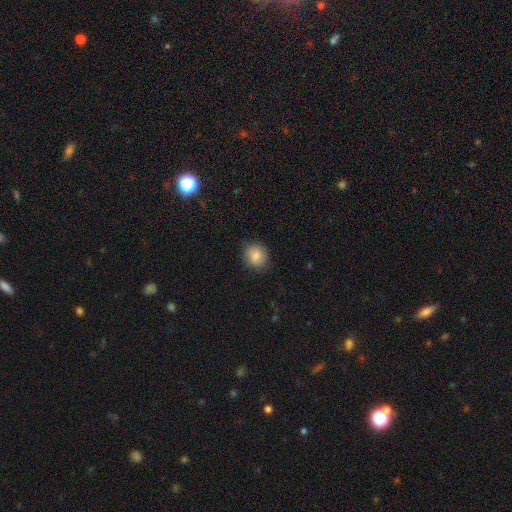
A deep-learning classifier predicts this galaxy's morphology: Smooth or featured?
  - smooth: 85% *
  - star or artifact: 8%
  - featured or disk: 7%
How rounded?
  - round: 78% *
  - in between: 21%
  - cigar-shaped: 1%
Merging?
  - none: 86% *
  - minor disturbance: 11%
  - major disturbance: 3%
  - merger: 1%